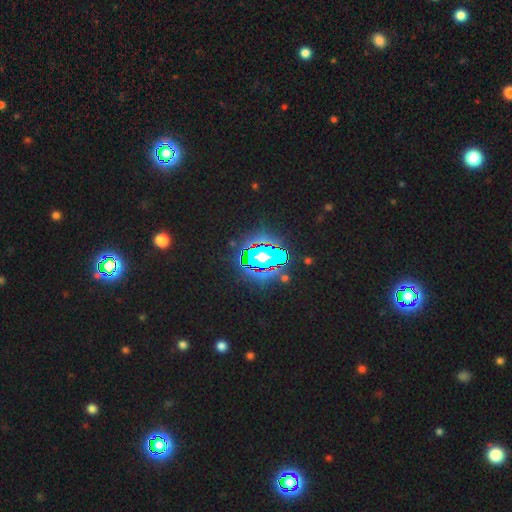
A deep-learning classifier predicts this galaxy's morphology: smooth-or-featured: star or artifact: 72% | smooth: 16% | featured or disk: 12%